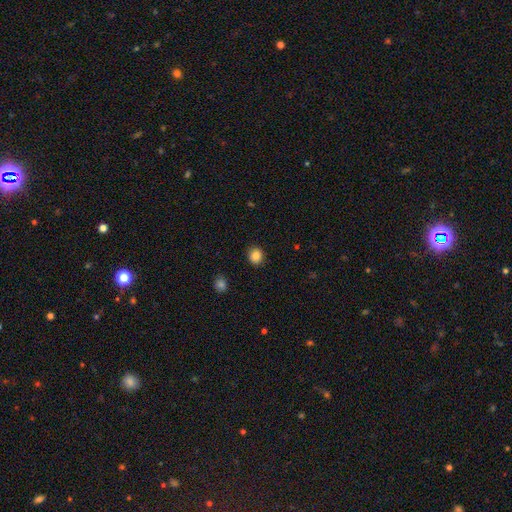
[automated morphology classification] smooth 86%, star or artifact 10%, featured or disk 4%. Down the decision tree: how rounded — round (80%); merging — none (90%).